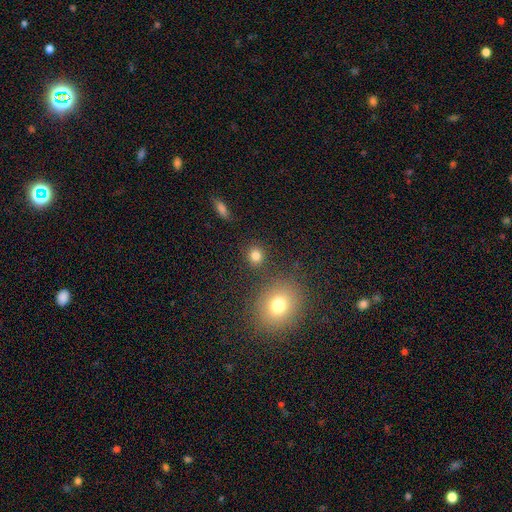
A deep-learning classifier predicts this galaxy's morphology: This is clearly a smooth galaxy (81%). How rounded: clearly round (85%). Merging: clearly none (85%).